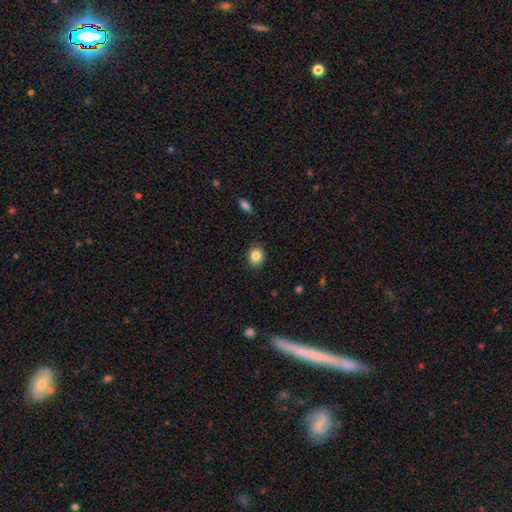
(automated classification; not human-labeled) smooth-or-featured: smooth: 86% | star or artifact: 9% | featured or disk: 5%
  how-rounded: round: 62% | in between: 37% | cigar-shaped: 1%
  merging: none: 89% | minor disturbance: 8% | major disturbance: 2% | merger: 1%